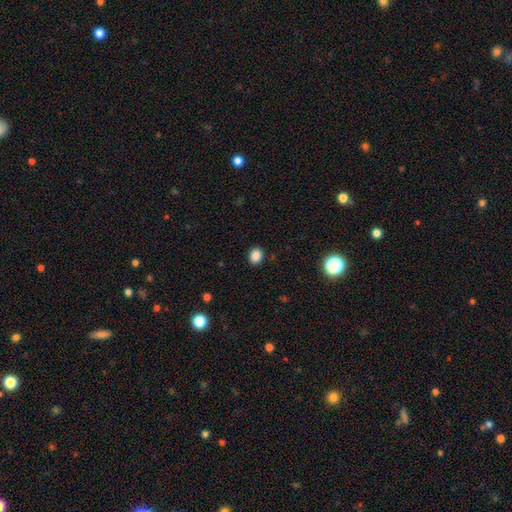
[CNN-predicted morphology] type=smooth (85%); roundness=round (57%); merging=none (90%).